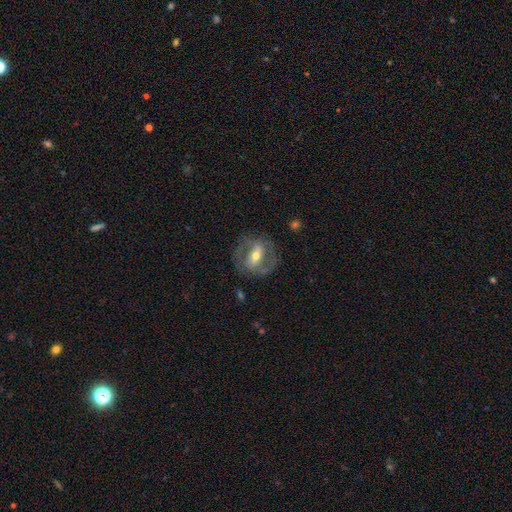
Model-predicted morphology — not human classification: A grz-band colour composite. It shows a featured or disk galaxy (73%) with a strong bar (44%), spiral arms (73%) and a moderate central bulge (64%). Merging: none (74%).